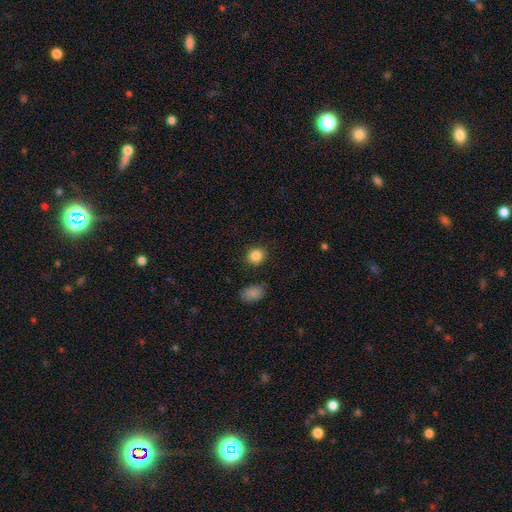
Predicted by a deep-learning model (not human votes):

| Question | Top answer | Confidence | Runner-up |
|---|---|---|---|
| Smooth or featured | smooth | 86% | star or artifact (10%) |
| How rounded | round | 75% | in between (24%) |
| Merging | none | 85% | minor disturbance (9%) |